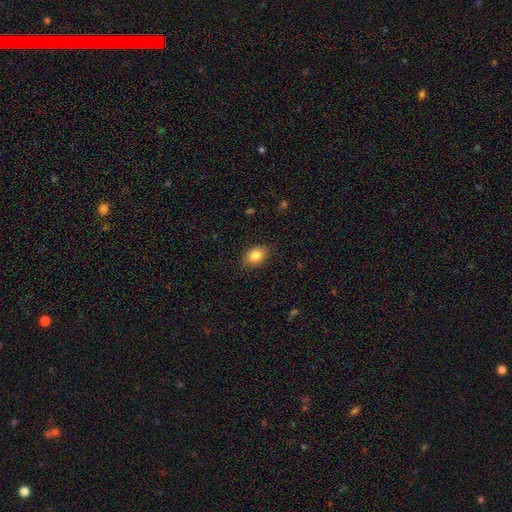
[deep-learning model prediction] The model was most divided on "how rounded": in between: 70%, round: 29%, cigar-shaped: 1%. More confident: smooth or featured — smooth (84%); merging — none (84%).